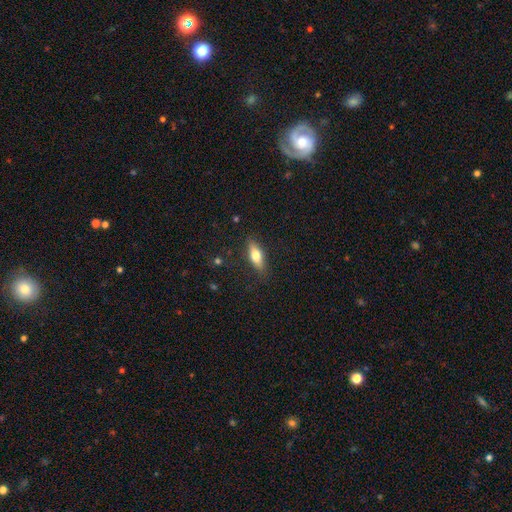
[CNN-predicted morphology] Smooth or featured? Predicted: smooth (p=0.66). How rounded? Predicted: in between (p=0.61). Merging? Predicted: none (p=0.85).